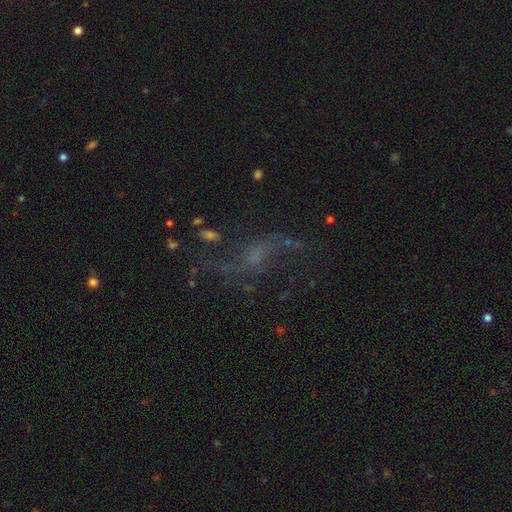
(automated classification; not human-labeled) This is possibly a featured or disk galaxy (57%). It is clearly not viewed edge-on (90%). Bar: likely no (64%). Spiral arm pattern: likely yes (63%). Central bulge: possibly none (46%). Merging: possibly none (50%).